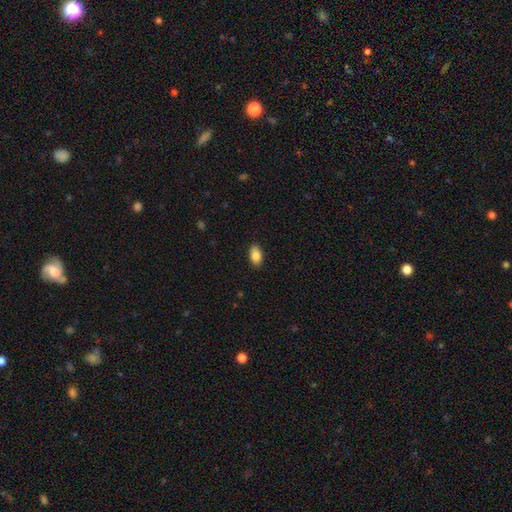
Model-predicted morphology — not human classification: Overall: smooth (84%). How rounded: in between (91%). Merging: none (86%).